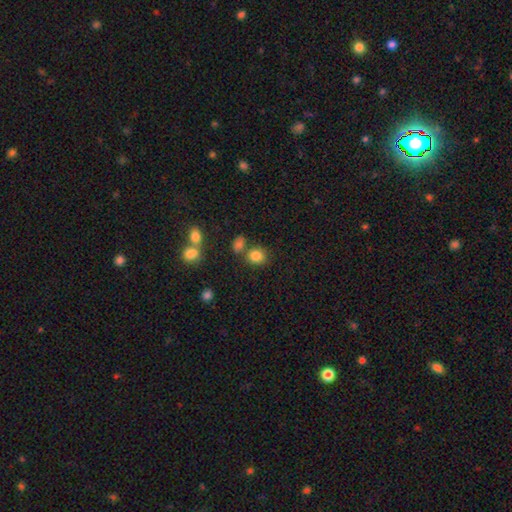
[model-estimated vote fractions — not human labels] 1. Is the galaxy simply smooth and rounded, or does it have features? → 83% smooth, 12% star or artifact, 6% featured or disk.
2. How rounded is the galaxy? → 70% round, 29% in between, 1% cigar-shaped.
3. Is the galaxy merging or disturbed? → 65% none, 20% merger, 11% minor disturbance, 4% major disturbance.